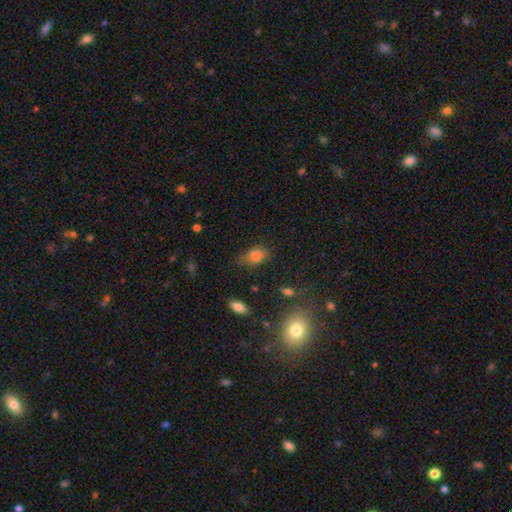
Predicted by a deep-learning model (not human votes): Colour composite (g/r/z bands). It shows a smooth galaxy with no disk features (79%) that is in between round and cigar-shaped (78%). Merging: none (54%).